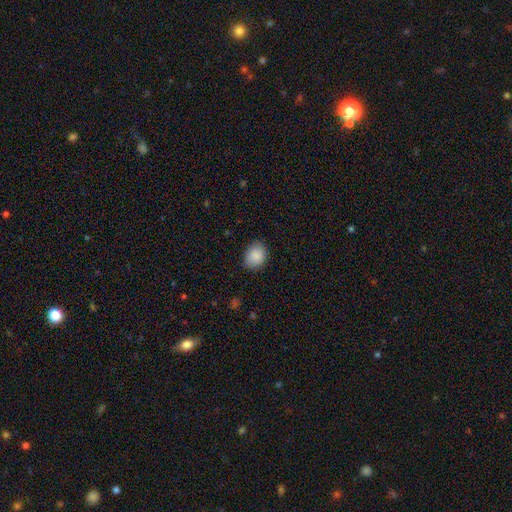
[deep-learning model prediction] This appears to be a smooth galaxy with no disk features (89%) that is in between round and cigar-shaped (54%). Merging: none (83%).